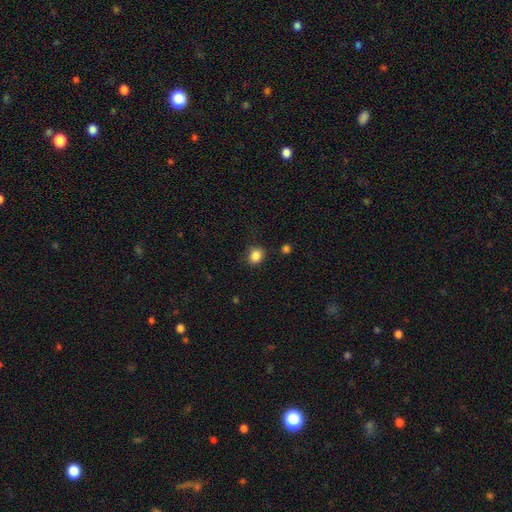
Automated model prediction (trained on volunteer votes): This is clearly a smooth galaxy (85%). How rounded: possibly round (56%). Merging: clearly none (80%).